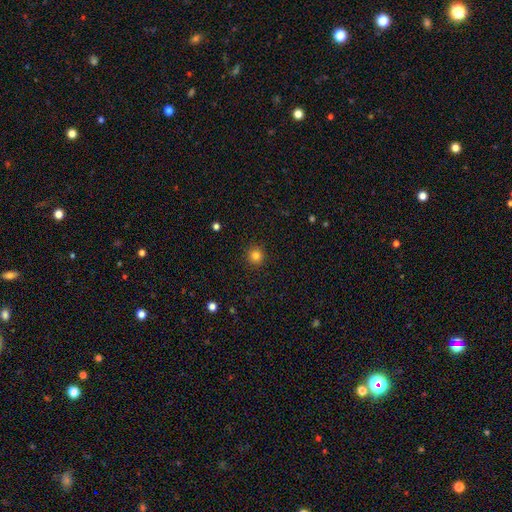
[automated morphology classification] Smooth or featured? Predicted: smooth (p=0.82). How rounded? Predicted: round (p=0.94). Merging? Predicted: none (p=0.92).